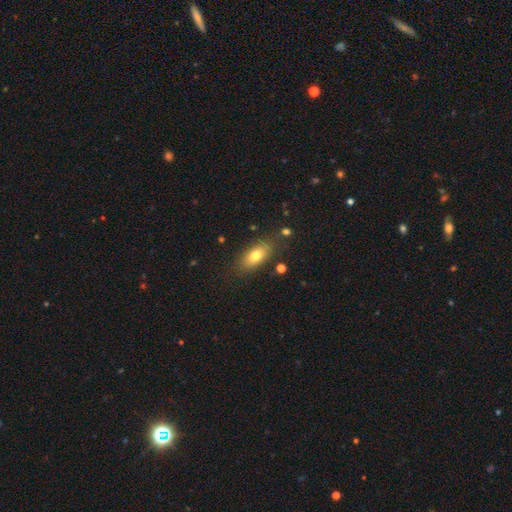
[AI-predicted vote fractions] smooth 75%, featured or disk 17%, star or artifact 8%. Down the decision tree: how rounded — in between (83%); merging — none (80%).